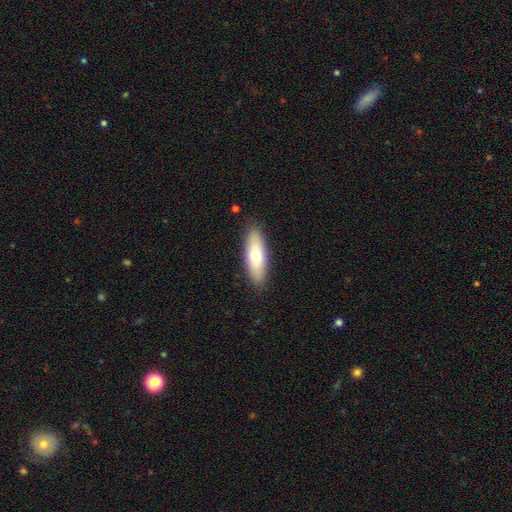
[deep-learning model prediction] Q: Smooth or featured?
A: smooth (69%); runner-up: featured or disk (25%)
Q: How rounded?
A: in between (65%); runner-up: cigar-shaped (33%)
Q: Merging?
A: none (88%); runner-up: minor disturbance (9%)